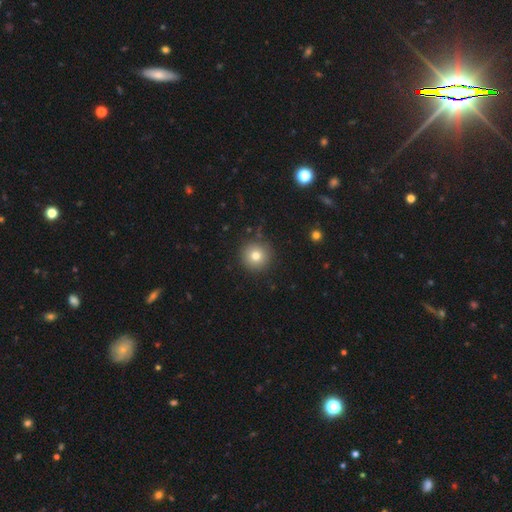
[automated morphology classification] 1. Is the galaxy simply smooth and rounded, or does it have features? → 78% smooth, 12% star or artifact, 10% featured or disk.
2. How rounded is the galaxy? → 95% round, 4% in between, 1% cigar-shaped.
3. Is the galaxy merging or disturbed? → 89% none, 7% minor disturbance, 2% major disturbance, 2% merger.